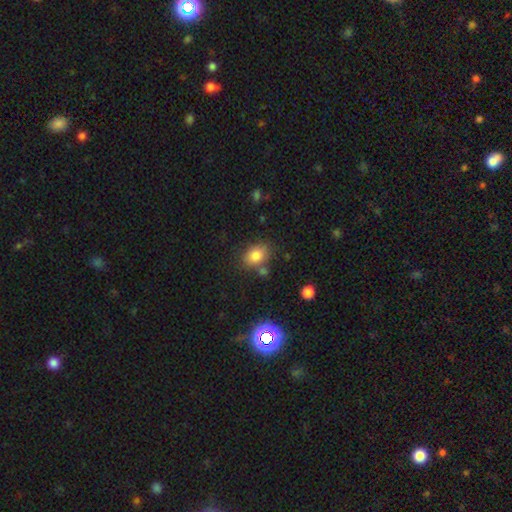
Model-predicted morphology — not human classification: smooth 81%, star or artifact 11%, featured or disk 8%. Down the decision tree: how rounded — in between (75%); merging — none (71%).